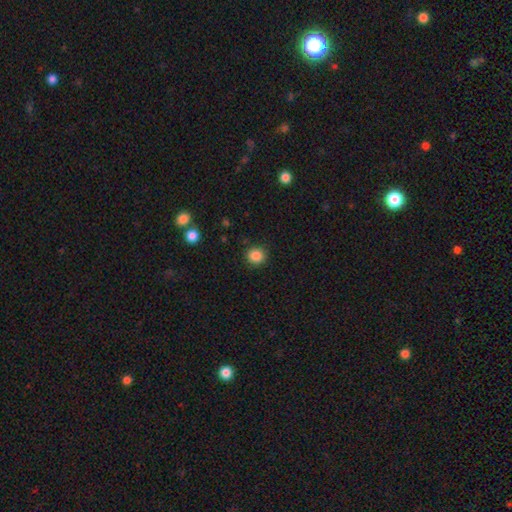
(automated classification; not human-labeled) smooth 86%, star or artifact 10%, featured or disk 3%. Down the decision tree: how rounded — round (88%); merging — none (89%).